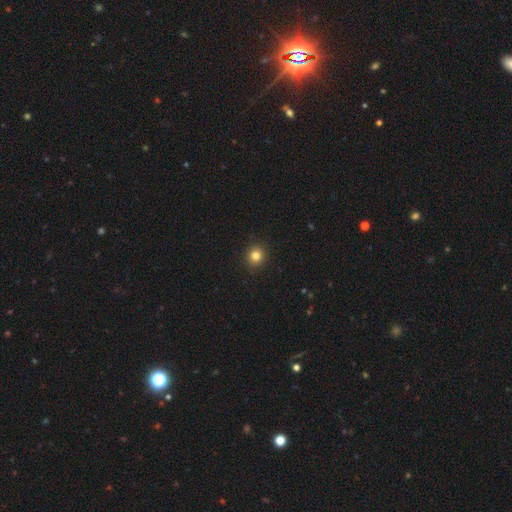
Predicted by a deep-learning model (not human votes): smooth 82%, star or artifact 12%, featured or disk 6%. Down the decision tree: how rounded — round (88%); merging — none (93%).